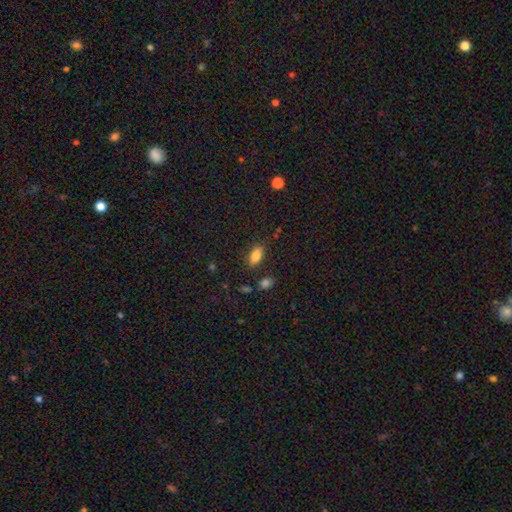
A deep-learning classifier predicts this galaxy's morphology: Q: Smooth or featured?
A: smooth (84%); runner-up: star or artifact (10%)
Q: How rounded?
A: in between (89%); runner-up: cigar-shaped (6%)
Q: Merging?
A: none (81%); runner-up: minor disturbance (12%)